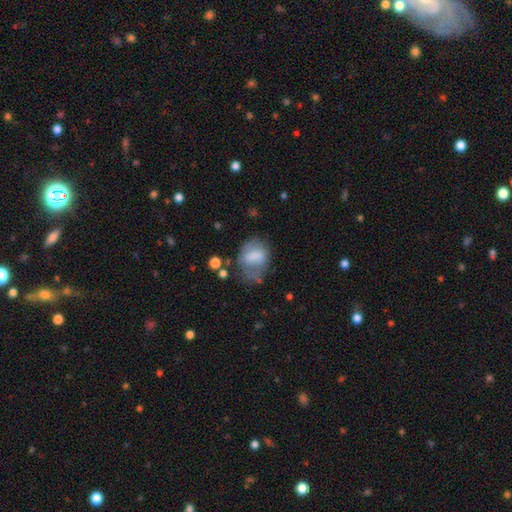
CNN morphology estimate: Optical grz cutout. It shows a smooth galaxy with no disk features (61%) that is in between round and cigar-shaped (63%). Merging: none (40%).